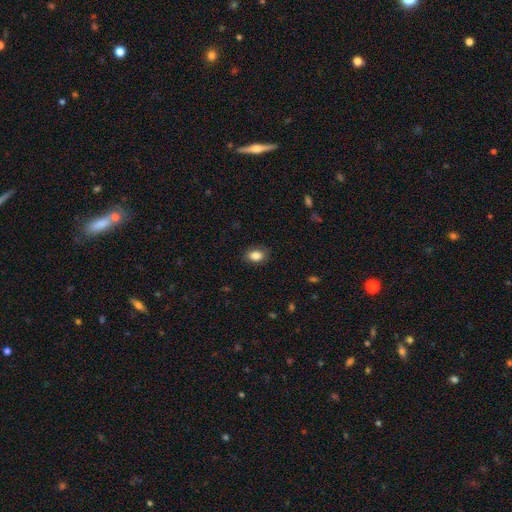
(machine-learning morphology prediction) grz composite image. It shows a smooth galaxy with no disk features (85%) that is in between round and cigar-shaped (78%). Merging: none (84%).